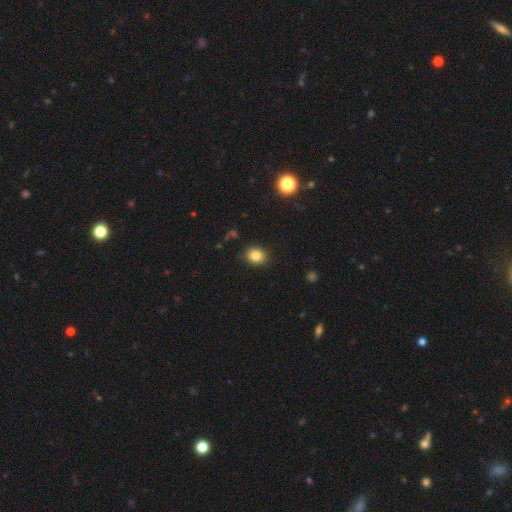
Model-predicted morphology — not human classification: Smooth or featured? Predicted: smooth (p=0.83). How rounded? Predicted: round (p=0.66). Merging? Predicted: none (p=0.89).